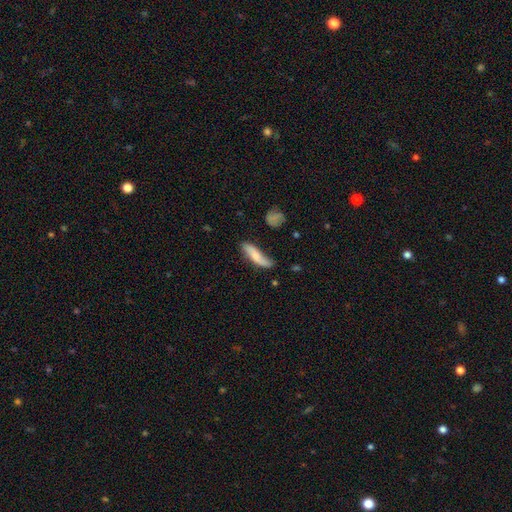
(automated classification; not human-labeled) smooth-or-featured: smooth: 62% | featured or disk: 32% | star or artifact: 6%
  how-rounded: cigar-shaped: 64% | in between: 34% | round: 2%
  merging: none: 60% | minor disturbance: 28% | major disturbance: 8% | merger: 4%